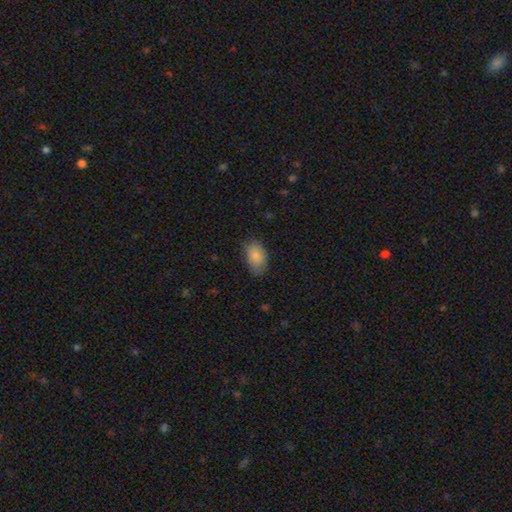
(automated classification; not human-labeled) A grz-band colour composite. It shows a smooth galaxy with no disk features (86%) that is in between round and cigar-shaped (92%). Merging: none (77%).